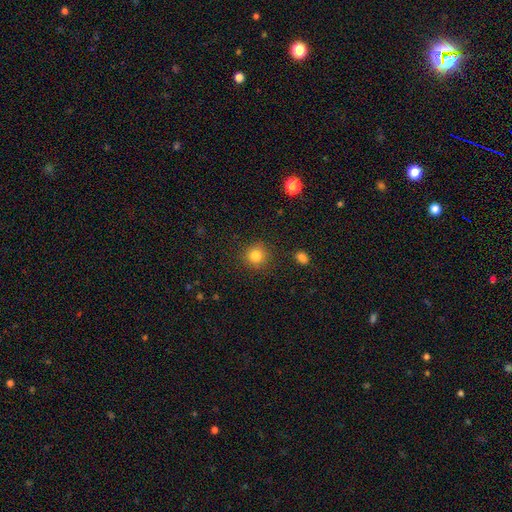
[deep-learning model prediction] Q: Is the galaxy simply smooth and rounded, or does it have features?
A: smooth — 82%.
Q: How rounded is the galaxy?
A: round — 92%.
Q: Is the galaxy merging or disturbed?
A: none — 88%.